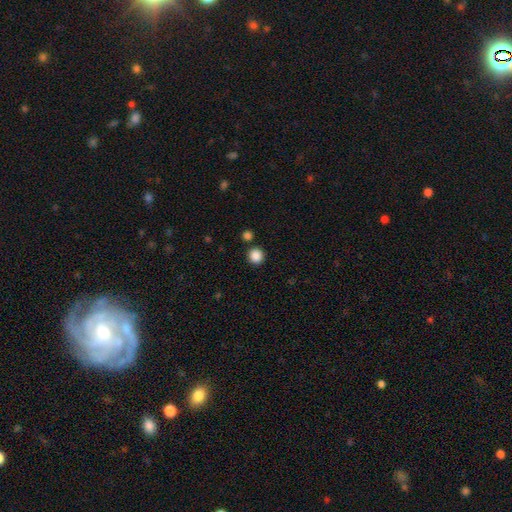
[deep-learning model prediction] The model was most divided on "smooth or featured": smooth: 87%, star or artifact: 10%, featured or disk: 3%. More confident: how rounded — round (92%); merging — none (86%).